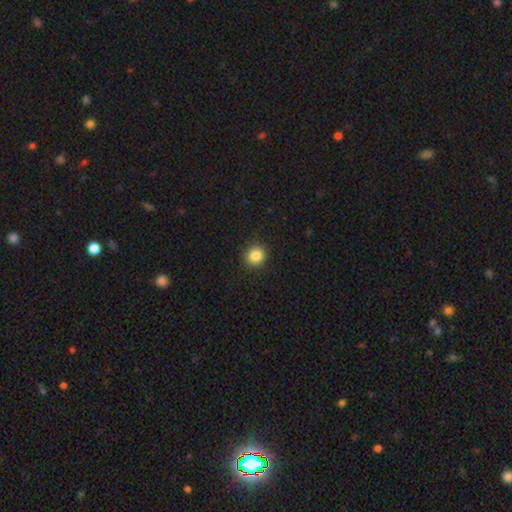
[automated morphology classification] A smooth galaxy with no disk features (85%) that is round (89%).

Vote fractions:
- Smooth or featured? smooth: 85% / star or artifact: 10% / featured or disk: 5%
- How rounded? round: 89% / in between: 10% / cigar-shaped: 1%
- Merging? none: 90% / minor disturbance: 7% / major disturbance: 2% / merger: 1%